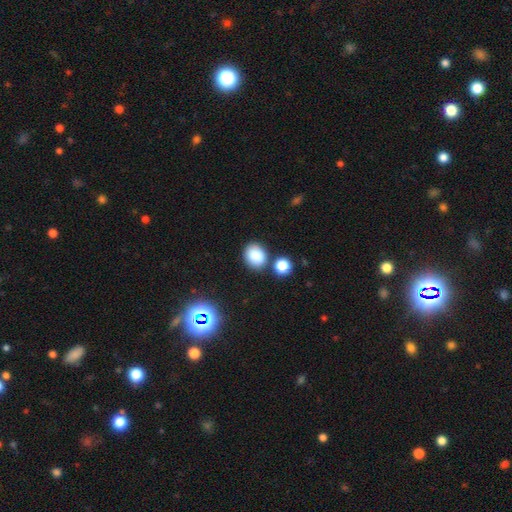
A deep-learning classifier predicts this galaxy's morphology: Smooth or featured?
  - smooth: 84% *
  - star or artifact: 10%
  - featured or disk: 6%
How rounded?
  - in between: 52% *
  - round: 47%
  - cigar-shaped: 1%
Merging?
  - none: 74% *
  - minor disturbance: 12%
  - merger: 10%
  - major disturbance: 3%